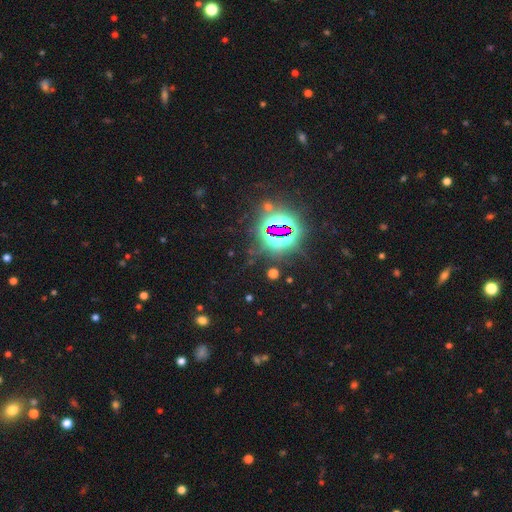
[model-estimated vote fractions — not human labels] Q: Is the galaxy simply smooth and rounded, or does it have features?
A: star or artifact — 83%.